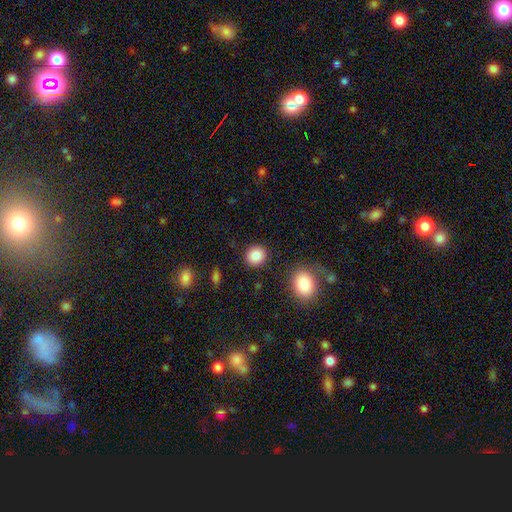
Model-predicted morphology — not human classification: Overall: smooth (88%). How rounded: round (82%). Merging: none (88%).